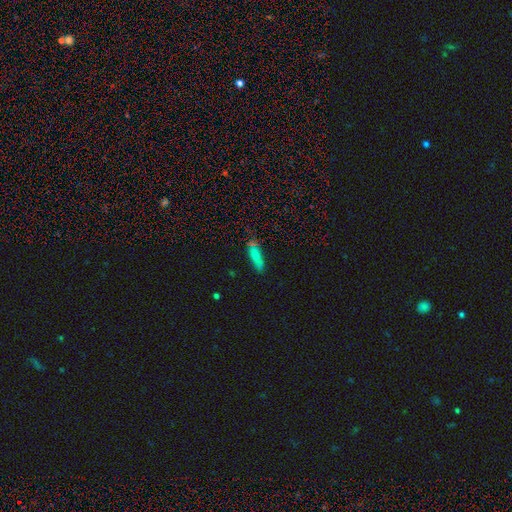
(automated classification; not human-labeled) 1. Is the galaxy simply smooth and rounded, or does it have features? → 74% smooth, 15% featured or disk, 12% star or artifact.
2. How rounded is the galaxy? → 56% cigar-shaped, 41% in between, 3% round.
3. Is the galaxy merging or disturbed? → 71% none, 19% minor disturbance, 5% merger, 5% major disturbance.